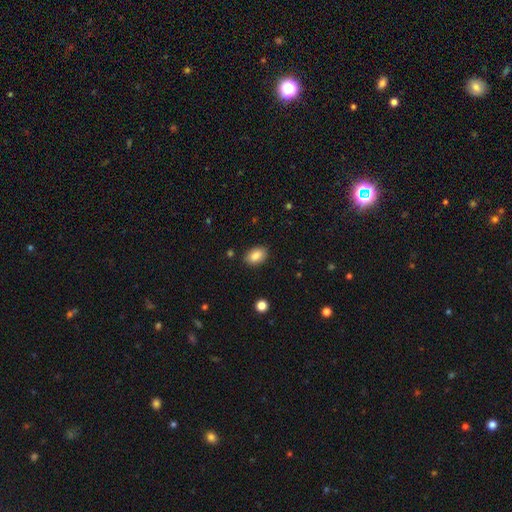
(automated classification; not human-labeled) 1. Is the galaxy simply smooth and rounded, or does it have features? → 87% smooth, 8% star or artifact, 5% featured or disk.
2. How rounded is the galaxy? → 89% in between, 9% round, 2% cigar-shaped.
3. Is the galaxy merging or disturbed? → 86% none, 10% minor disturbance, 2% major disturbance, 1% merger.